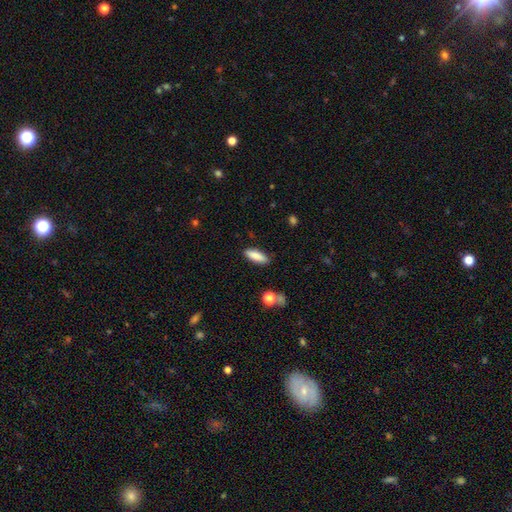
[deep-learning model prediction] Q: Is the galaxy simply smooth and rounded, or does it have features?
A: smooth — 85%.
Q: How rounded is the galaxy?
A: in between — 55%.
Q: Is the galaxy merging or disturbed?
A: none — 86%.